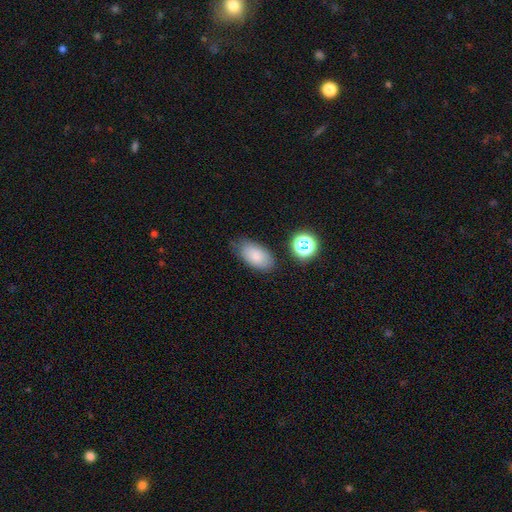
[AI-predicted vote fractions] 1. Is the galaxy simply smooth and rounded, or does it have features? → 83% smooth, 9% star or artifact, 8% featured or disk.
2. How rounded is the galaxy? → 93% in between, 4% round, 3% cigar-shaped.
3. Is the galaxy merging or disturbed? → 75% none, 17% minor disturbance, 4% major disturbance, 4% merger.